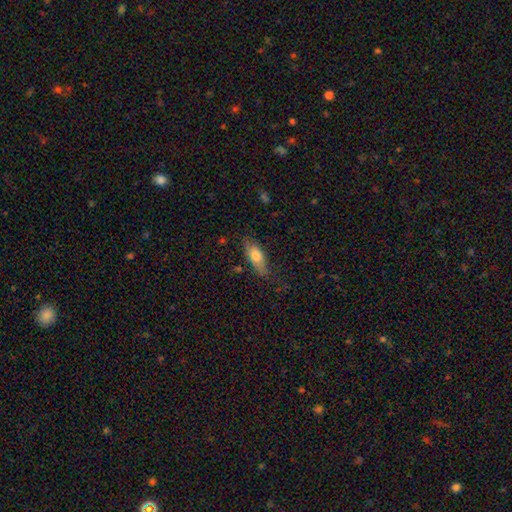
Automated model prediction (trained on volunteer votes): Q: Smooth or featured?
A: smooth (72%); runner-up: featured or disk (22%)
Q: How rounded?
A: in between (70%); runner-up: cigar-shaped (27%)
Q: Merging?
A: none (71%); runner-up: minor disturbance (22%)